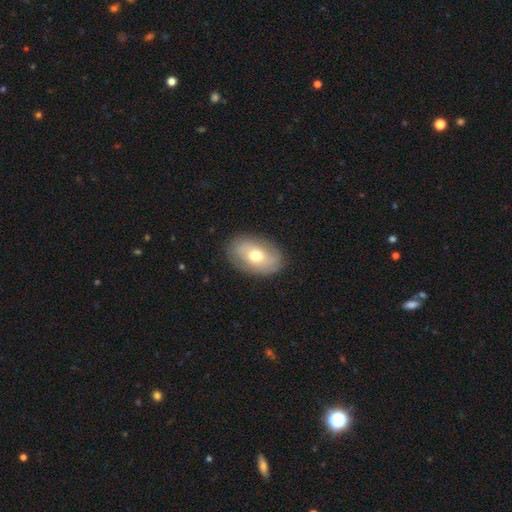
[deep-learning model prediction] smooth-or-featured: smooth: 58% | featured or disk: 35% | star or artifact: 8%
  how-rounded: in between: 85% | round: 13% | cigar-shaped: 1%
  merging: none: 83% | minor disturbance: 12% | major disturbance: 4% | merger: 1%